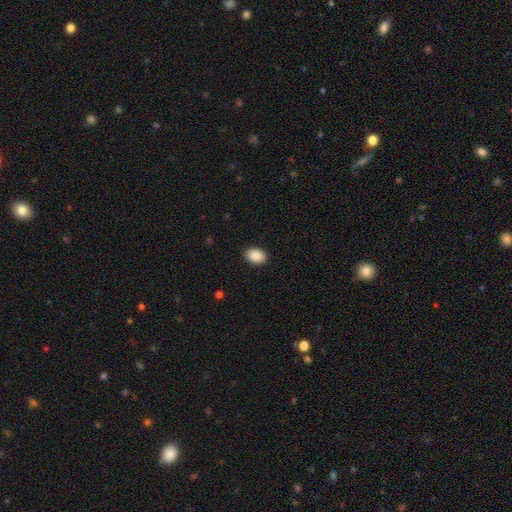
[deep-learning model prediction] Smooth or featured? Predicted: smooth (p=0.90). How rounded? Predicted: in between (p=0.77). Merging? Predicted: none (p=0.90).